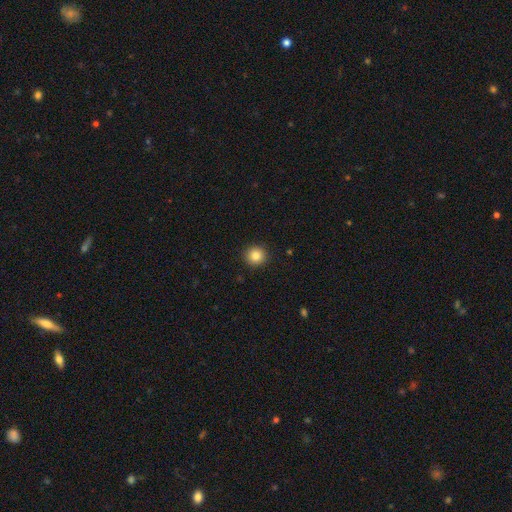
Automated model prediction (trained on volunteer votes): The model was most divided on "smooth or featured": smooth: 84%, star or artifact: 10%, featured or disk: 6%. More confident: how rounded — round (93%); merging — none (92%).